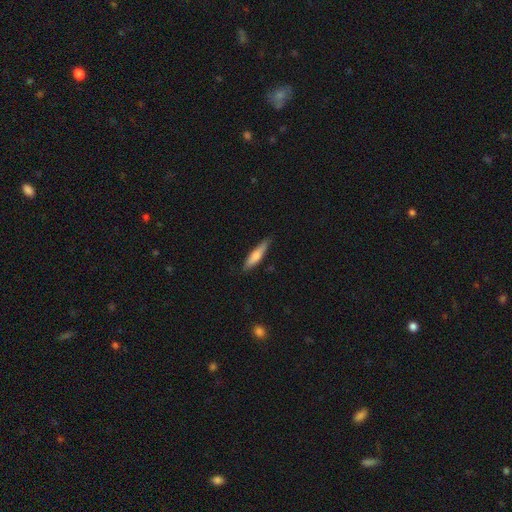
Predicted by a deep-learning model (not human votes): smooth-or-featured: smooth: 68% | featured or disk: 26% | star or artifact: 6%
  how-rounded: cigar-shaped: 79% | in between: 19% | round: 2%
  merging: none: 83% | minor disturbance: 13% | major disturbance: 2% | merger: 1%